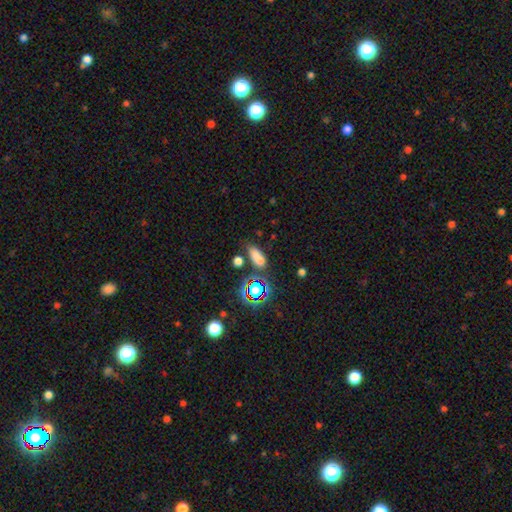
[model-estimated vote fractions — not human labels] Smooth or featured?
  - smooth: 71% *
  - star or artifact: 21%
  - featured or disk: 8%
How rounded?
  - in between: 79% *
  - cigar-shaped: 13%
  - round: 8%
Merging?
  - none: 66% *
  - minor disturbance: 17%
  - merger: 11%
  - major disturbance: 6%